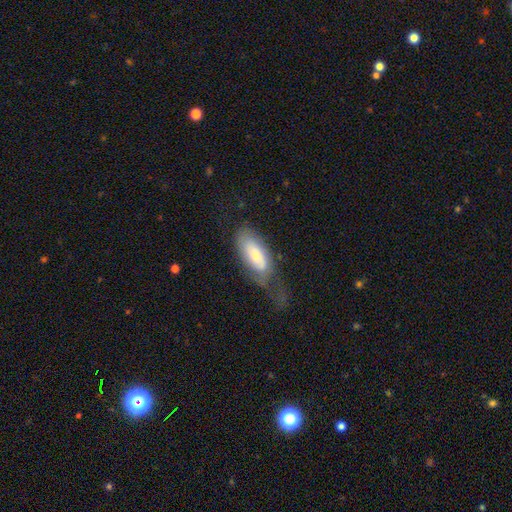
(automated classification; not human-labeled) Smooth or featured? smooth (63%)
How rounded? in between (85%)
Merging? major disturbance (35%)